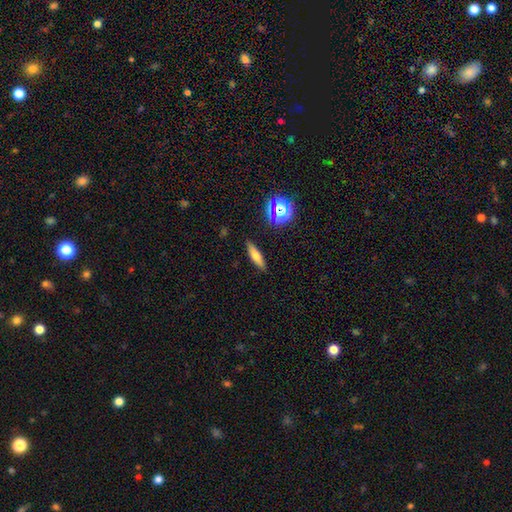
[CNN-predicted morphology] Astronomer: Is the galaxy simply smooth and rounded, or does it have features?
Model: smooth — 63%.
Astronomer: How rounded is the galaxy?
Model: cigar-shaped — 65%.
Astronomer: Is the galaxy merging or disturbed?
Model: none — 88%.